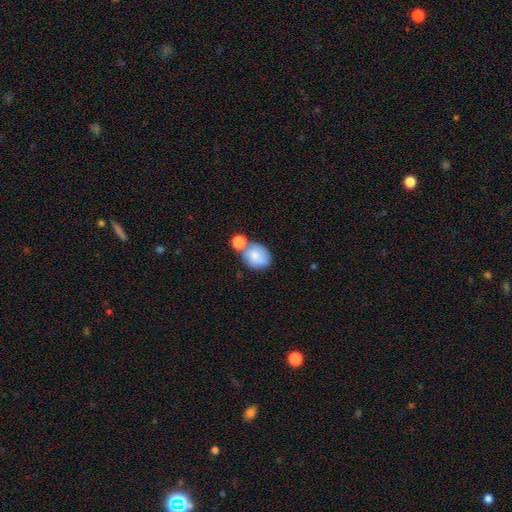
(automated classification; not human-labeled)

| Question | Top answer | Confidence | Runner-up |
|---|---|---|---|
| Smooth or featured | smooth | 77% | featured or disk (14%) |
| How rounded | in between | 54% | round (45%) |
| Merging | none | 44% | merger (33%) |